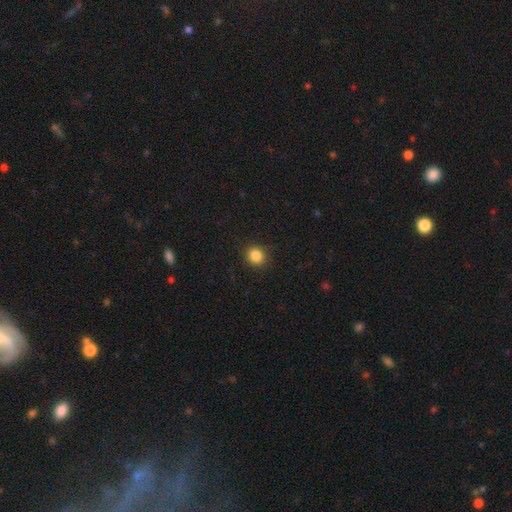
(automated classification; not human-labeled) Q: Smooth or featured?
A: smooth (85%); runner-up: star or artifact (11%)
Q: How rounded?
A: round (81%); runner-up: in between (18%)
Q: Merging?
A: none (89%); runner-up: minor disturbance (8%)